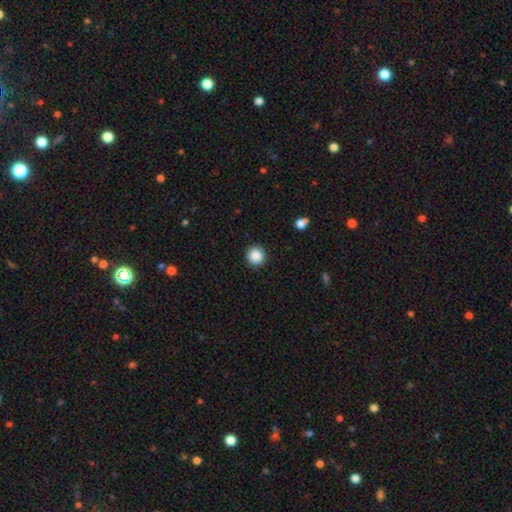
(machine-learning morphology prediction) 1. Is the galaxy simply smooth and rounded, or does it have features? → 88% smooth, 9% star or artifact, 3% featured or disk.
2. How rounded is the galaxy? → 94% round, 5% in between, 1% cigar-shaped.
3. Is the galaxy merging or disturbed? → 91% none, 6% minor disturbance, 2% major disturbance, 1% merger.